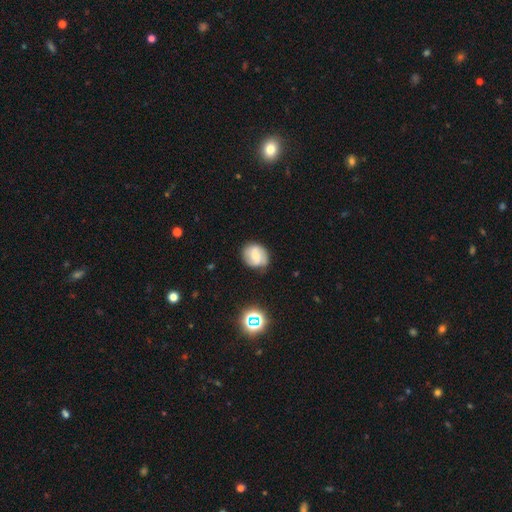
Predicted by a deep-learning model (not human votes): Q: Smooth or featured?
A: smooth (52%); runner-up: featured or disk (38%)
Q: How rounded?
A: round (70%); runner-up: in between (29%)
Q: Merging?
A: none (70%); runner-up: minor disturbance (22%)